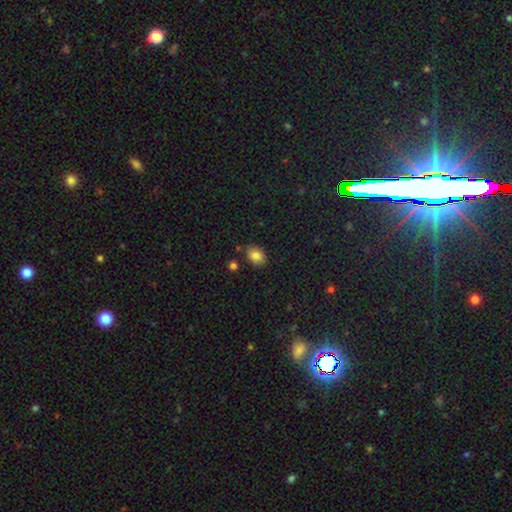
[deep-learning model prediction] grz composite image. It shows a smooth galaxy with no disk features (83%) that is in between round and cigar-shaped (68%). Merging: none (81%).